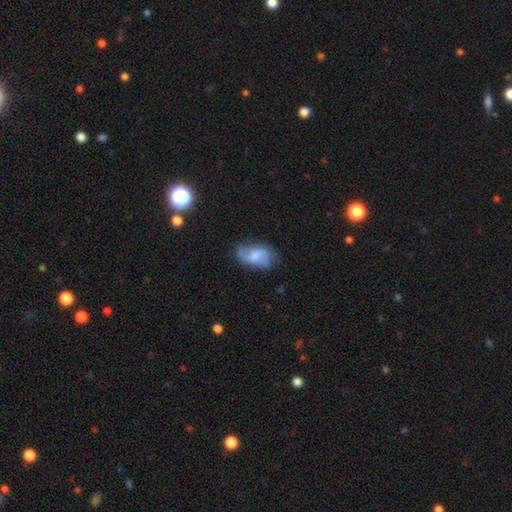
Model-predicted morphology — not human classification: This is possibly a featured or disk galaxy (52%). It is clearly not viewed edge-on (96%). Merging: possibly none (52%).